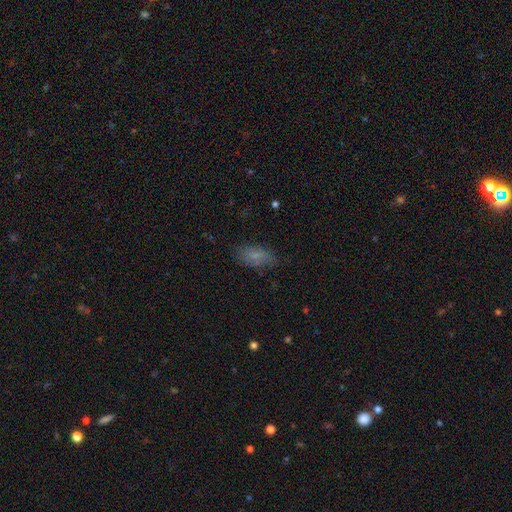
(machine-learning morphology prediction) This appears to be a smooth galaxy with no disk features (75%) that is in between round and cigar-shaped (89%). Merging: none (73%).